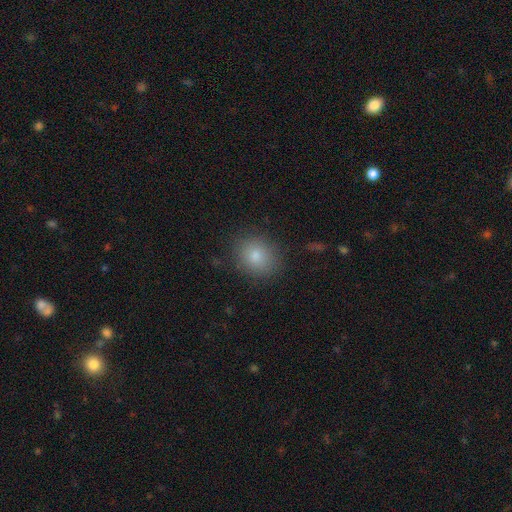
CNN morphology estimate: smooth-or-featured: smooth: 80% | star or artifact: 12% | featured or disk: 8%
  how-rounded: round: 69% | in between: 30% | cigar-shaped: 1%
  merging: none: 86% | minor disturbance: 9% | major disturbance: 3% | merger: 1%